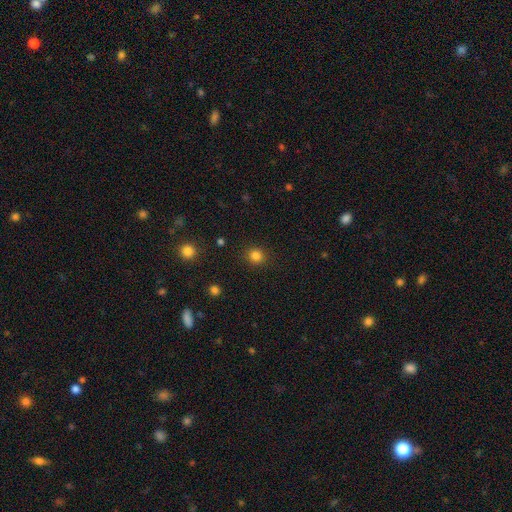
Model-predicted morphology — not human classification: This appears to be a smooth galaxy with no disk features (83%) that is round (88%). Merging: none (90%).